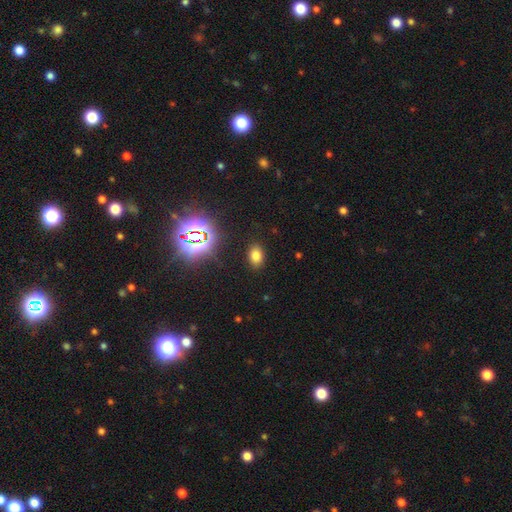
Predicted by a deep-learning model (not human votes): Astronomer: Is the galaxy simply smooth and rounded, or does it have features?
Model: smooth — 70%.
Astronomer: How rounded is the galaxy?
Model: in between — 83%.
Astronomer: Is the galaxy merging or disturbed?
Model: none — 87%.